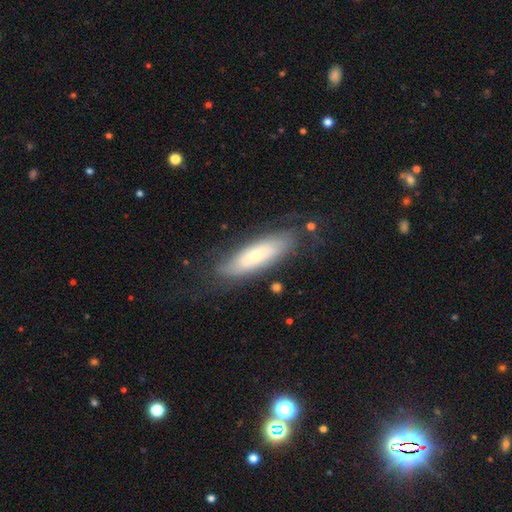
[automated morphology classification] type=featured or disk (47%); merging=none (70%).